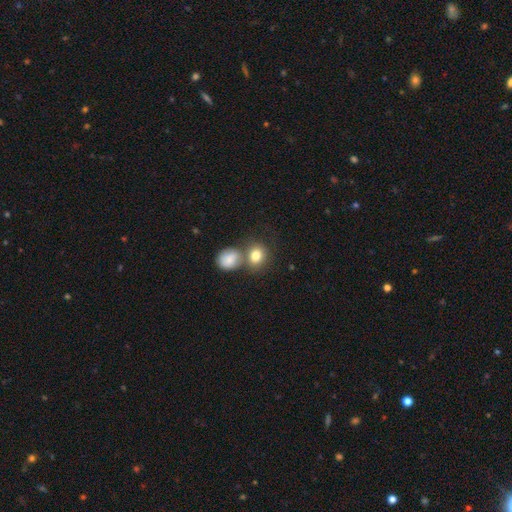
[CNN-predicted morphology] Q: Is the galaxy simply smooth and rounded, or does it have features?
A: smooth — 82%.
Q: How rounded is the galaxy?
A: round — 65%.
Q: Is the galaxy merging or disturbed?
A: none — 45%.